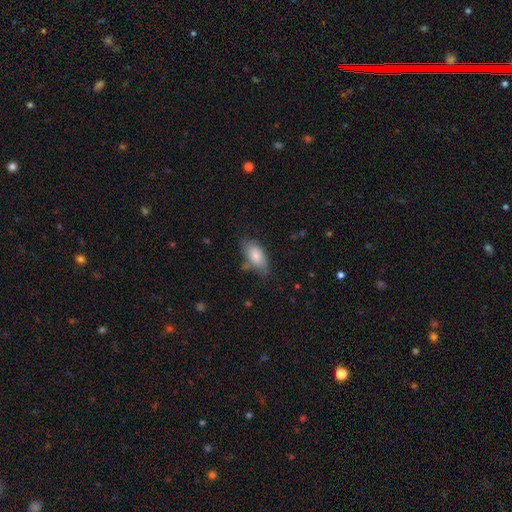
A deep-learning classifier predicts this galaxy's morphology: Smooth or featured: smooth — 75% (featured or disk — 18%)
How rounded: in between — 91% (round — 5%)
Merging: none — 54% (minor disturbance — 32%)